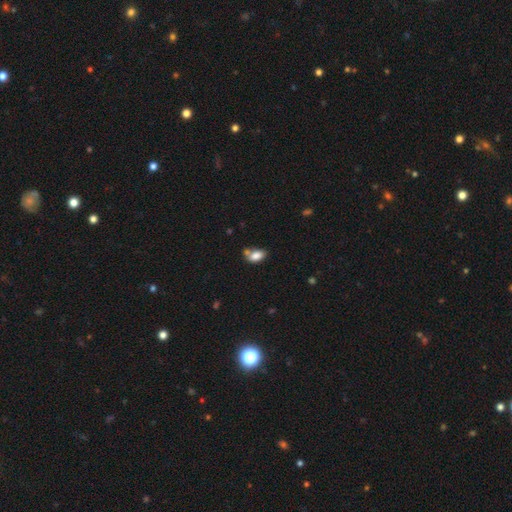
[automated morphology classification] A smooth galaxy with no disk features (83%) that is in between round and cigar-shaped (90%). Merging: none (52%).